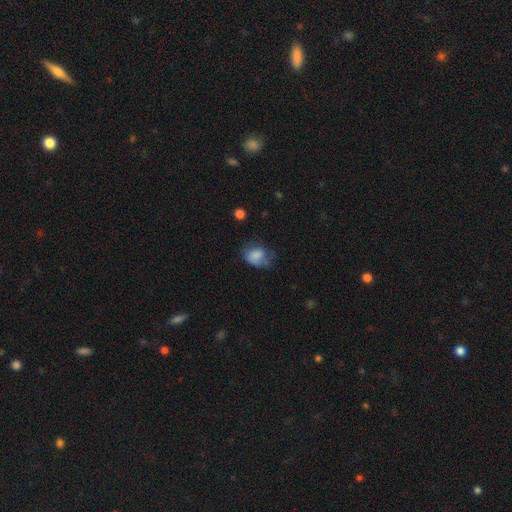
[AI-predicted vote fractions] smooth-or-featured: smooth: 72% | featured or disk: 19% | star or artifact: 9%
  how-rounded: in between: 65% | round: 34% | cigar-shaped: 1%
  merging: none: 37% | minor disturbance: 32% | major disturbance: 29% | merger: 3%